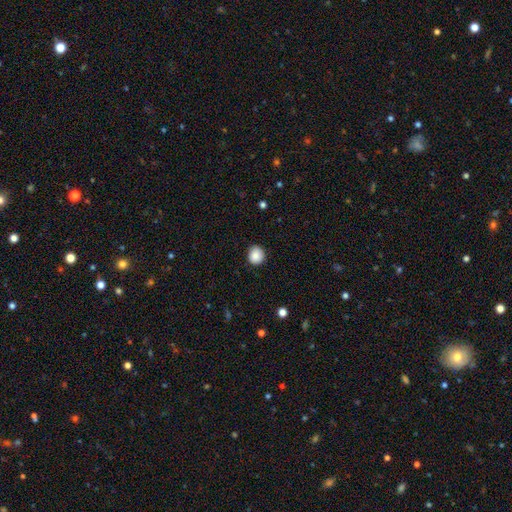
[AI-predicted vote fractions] Smooth or featured?
  - smooth: 85% *
  - star or artifact: 9%
  - featured or disk: 6%
How rounded?
  - round: 86% *
  - in between: 13%
  - cigar-shaped: 1%
Merging?
  - none: 87% *
  - minor disturbance: 10%
  - major disturbance: 2%
  - merger: 1%